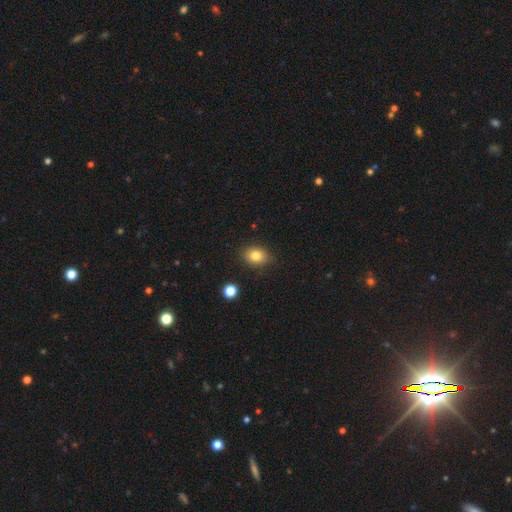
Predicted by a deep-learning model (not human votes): This appears to be a smooth galaxy with no disk features (81%) that is in between round and cigar-shaped (60%). Merging: none (83%).